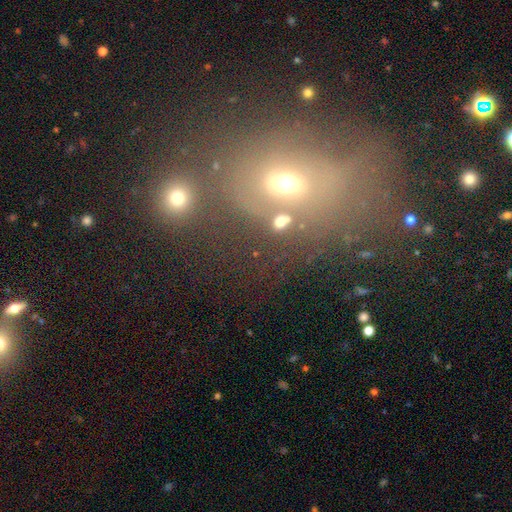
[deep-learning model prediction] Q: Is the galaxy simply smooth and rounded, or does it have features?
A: smooth — 45%.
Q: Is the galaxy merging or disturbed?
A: none — 53%.